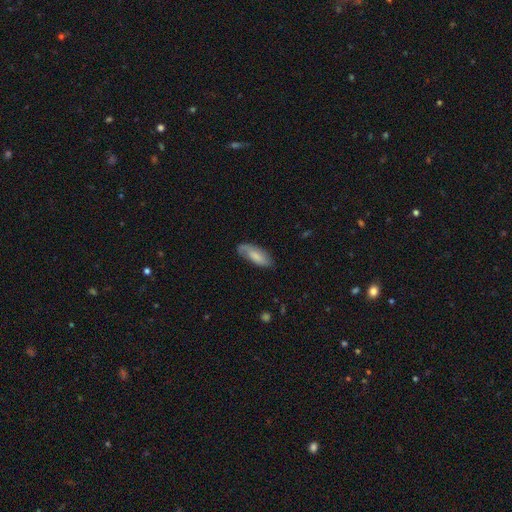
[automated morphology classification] Smooth or featured?
  - smooth: 67% *
  - featured or disk: 27%
  - star or artifact: 6%
How rounded?
  - in between: 78% *
  - cigar-shaped: 20%
  - round: 2%
Merging?
  - none: 65% *
  - minor disturbance: 26%
  - major disturbance: 8%
  - merger: 2%